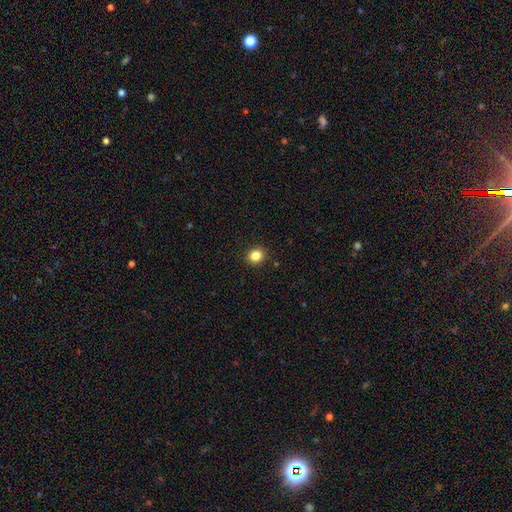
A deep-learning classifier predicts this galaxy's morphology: Overall: smooth (83%). How rounded: round (84%). Merging: none (92%).